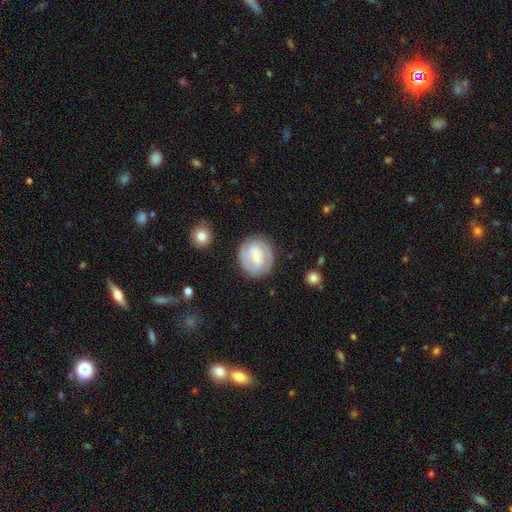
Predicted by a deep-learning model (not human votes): featured or disk 66%, smooth 28%, star or artifact 6%. Down the decision tree: edge-on disk — no (97%); bar — weak (51%); spiral arms — yes (84%); spiral arm count — 2 (60%); spiral winding — tight (64%); bulge size — small (59%); merging — none (80%).